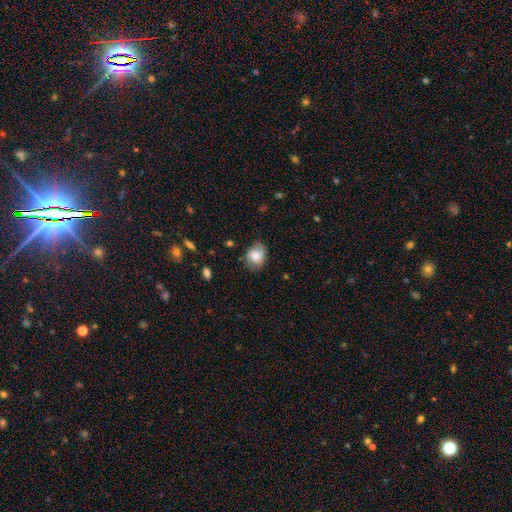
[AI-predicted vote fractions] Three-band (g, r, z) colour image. It shows a smooth galaxy with no disk features (73%) that is in between round and cigar-shaped (59%). Merging: none (66%).